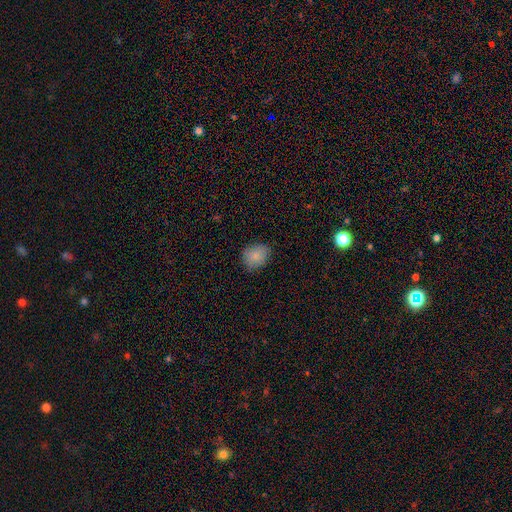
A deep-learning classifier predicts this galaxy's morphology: Smooth or featured: smooth — 84% (star or artifact — 9%)
How rounded: round — 52% (in between — 47%)
Merging: none — 81% (minor disturbance — 15%)